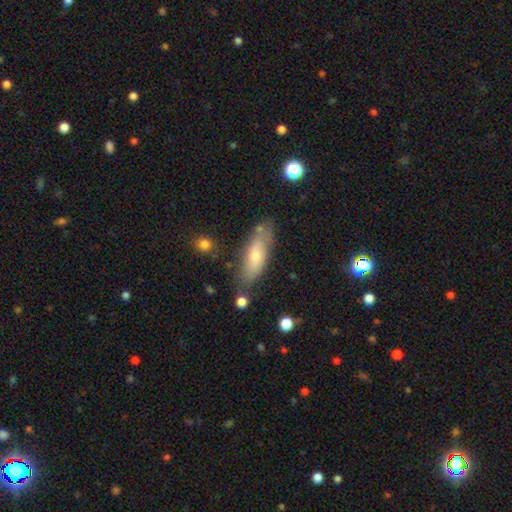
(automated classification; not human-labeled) Q: Smooth or featured?
A: smooth (60%); runner-up: featured or disk (33%)
Q: How rounded?
A: in between (58%); runner-up: cigar-shaped (40%)
Q: Merging?
A: none (73%); runner-up: minor disturbance (17%)